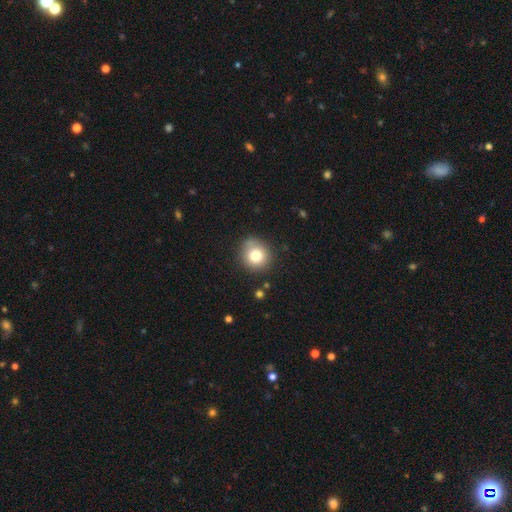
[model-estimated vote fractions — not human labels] smooth_or_featured: smooth (p=0.79) [alt: star or artifact p=0.11]
how_rounded: round (p=0.88) [alt: in between p=0.11]
merging: none (p=0.81) [alt: minor disturbance p=0.13]